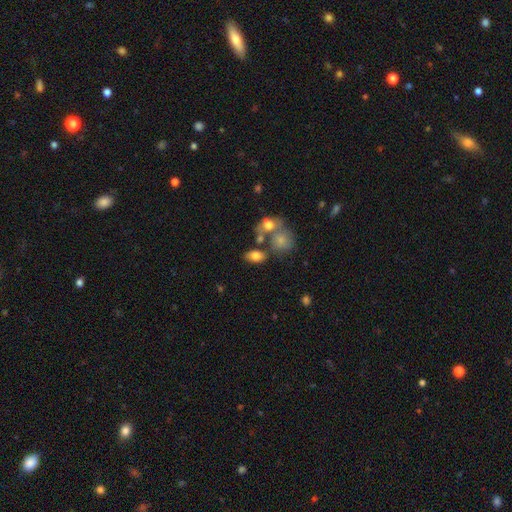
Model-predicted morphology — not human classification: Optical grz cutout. It shows a smooth galaxy with no disk features (76%) that is in between round and cigar-shaped (85%). Merging: none (56%).